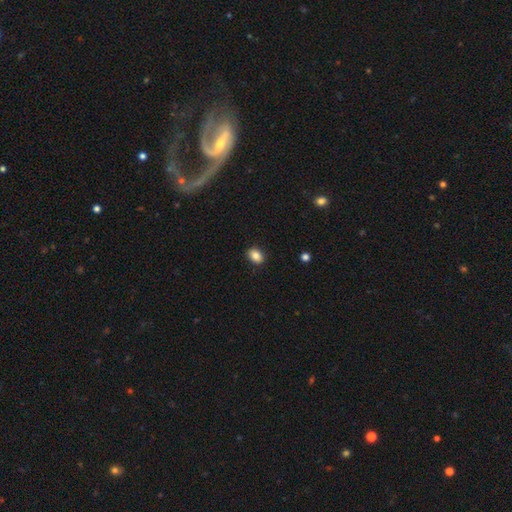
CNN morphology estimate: This appears to be a smooth galaxy with no disk features (85%) that is in between round and cigar-shaped (72%). Merging: none (89%).